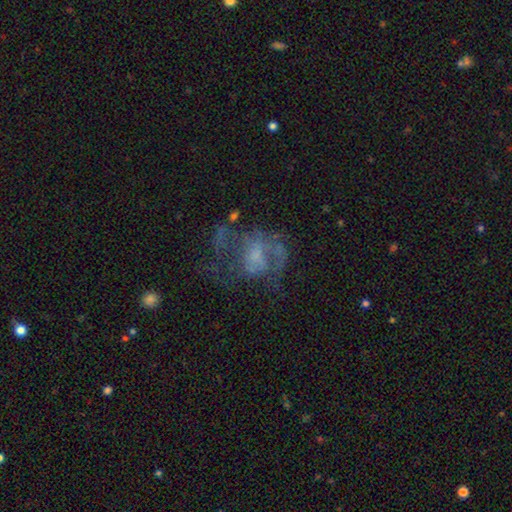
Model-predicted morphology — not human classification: This is likely a featured or disk galaxy (66%). It is clearly not viewed edge-on (97%). Bar: likely no (69%). Spiral arm pattern: possibly yes (59%). Central bulge: marginally small (43%). Merging: marginally major disturbance (41%).